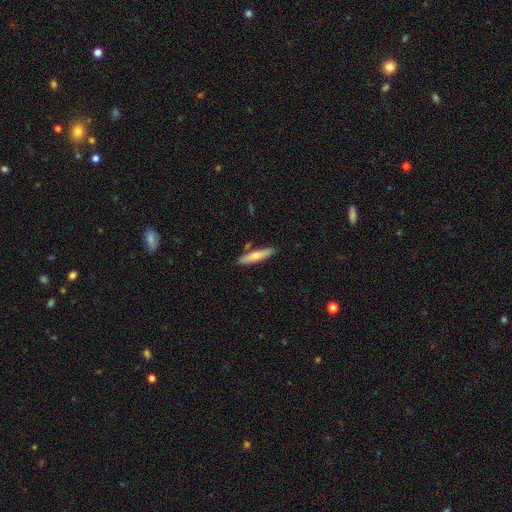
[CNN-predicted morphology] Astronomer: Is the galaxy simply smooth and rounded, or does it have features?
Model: smooth — 66%.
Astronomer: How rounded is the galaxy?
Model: cigar-shaped — 80%.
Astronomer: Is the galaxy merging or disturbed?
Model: none — 82%.